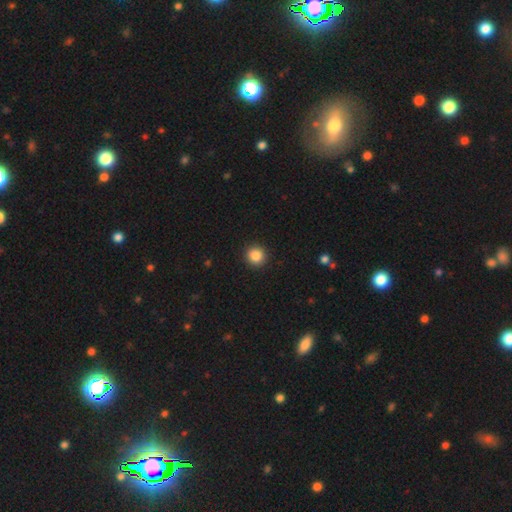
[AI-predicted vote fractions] The model was most divided on "smooth or featured": smooth: 86%, star or artifact: 10%, featured or disk: 4%. More confident: how rounded — round (94%); merging — none (93%).